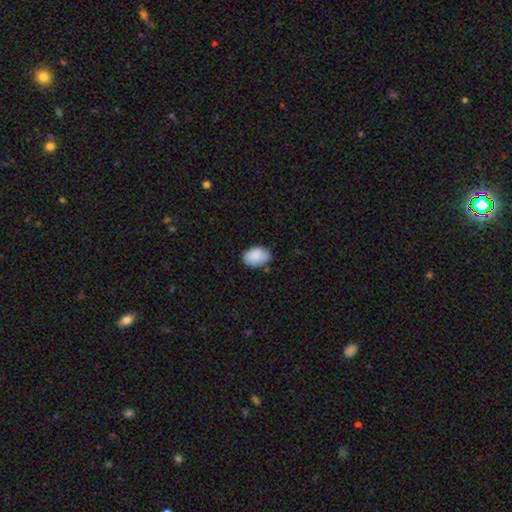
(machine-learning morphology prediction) This is clearly a smooth galaxy (88%). How rounded: clearly in between (85%). Merging: likely none (74%).